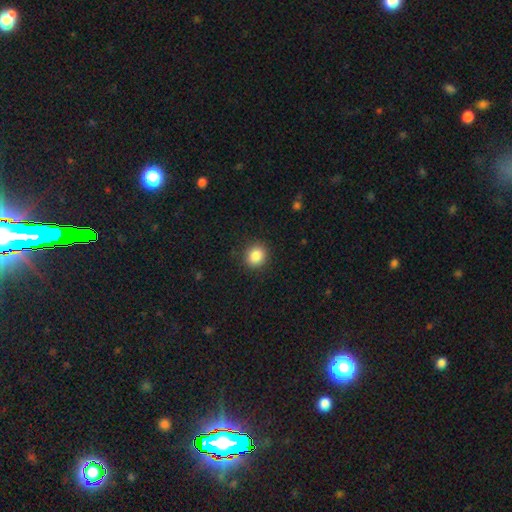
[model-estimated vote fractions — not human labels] This appears to be a smooth galaxy with no disk features (86%) that is round (79%). Merging: none (90%).